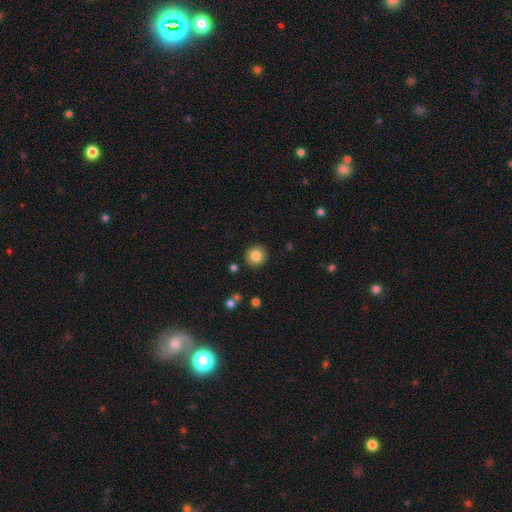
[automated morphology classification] A smooth galaxy with no disk features (83%) that is round (92%).

Vote fractions:
- Smooth or featured? smooth: 83% / star or artifact: 10% / featured or disk: 8%
- How rounded? round: 92% / in between: 7% / cigar-shaped: 1%
- Merging? none: 91% / minor disturbance: 6% / major disturbance: 2% / merger: 2%